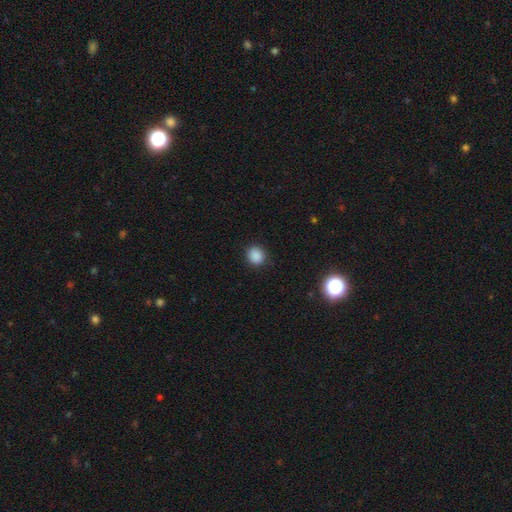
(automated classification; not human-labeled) A smooth galaxy with no disk features (87%) that is round (84%).

Vote fractions:
- Smooth or featured? smooth: 87% / star or artifact: 10% / featured or disk: 3%
- How rounded? round: 84% / in between: 15% / cigar-shaped: 1%
- Merging? none: 90% / minor disturbance: 7% / major disturbance: 2% / merger: 1%